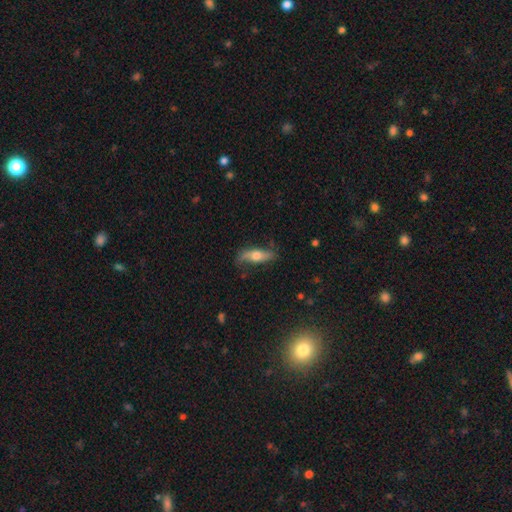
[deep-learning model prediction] The model was most divided on "smooth or featured": featured or disk: 50%, smooth: 44%, star or artifact: 7%. More confident: merging — none (67%).